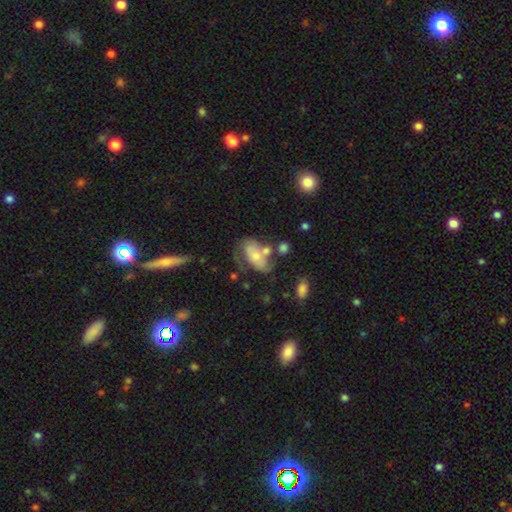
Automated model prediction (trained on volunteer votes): A smooth galaxy with no disk features (49%). Merging: none (33%).